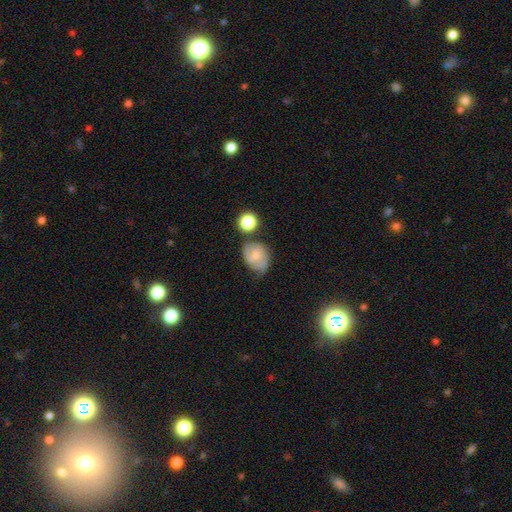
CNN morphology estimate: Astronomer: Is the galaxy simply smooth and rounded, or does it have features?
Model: smooth — 54% (runner-up: featured or disk, 37%).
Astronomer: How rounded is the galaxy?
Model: in between — 53% (runner-up: round, 46%).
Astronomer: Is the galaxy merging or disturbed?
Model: none — 44% (runner-up: minor disturbance, 31%).